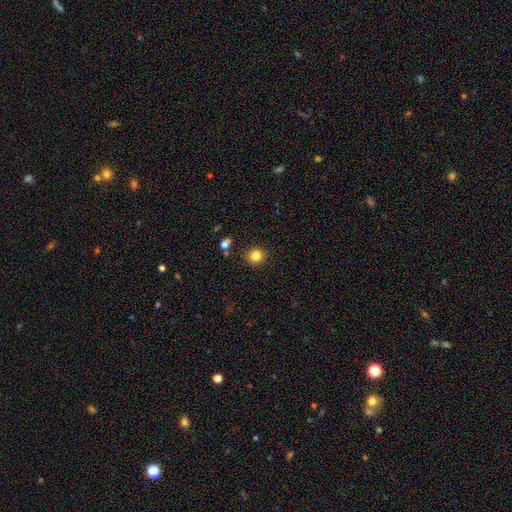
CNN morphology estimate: Smooth or featured? smooth (83%)
How rounded? round (87%)
Merging? none (88%)